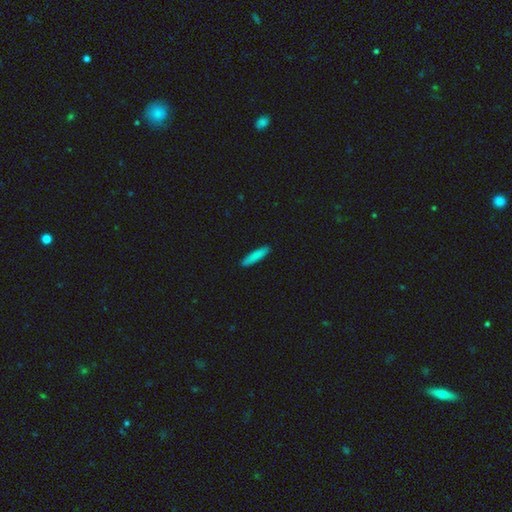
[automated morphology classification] Smooth or featured: smooth — 85% (featured or disk — 9%)
How rounded: cigar-shaped — 86% (in between — 12%)
Merging: none — 91% (minor disturbance — 7%)